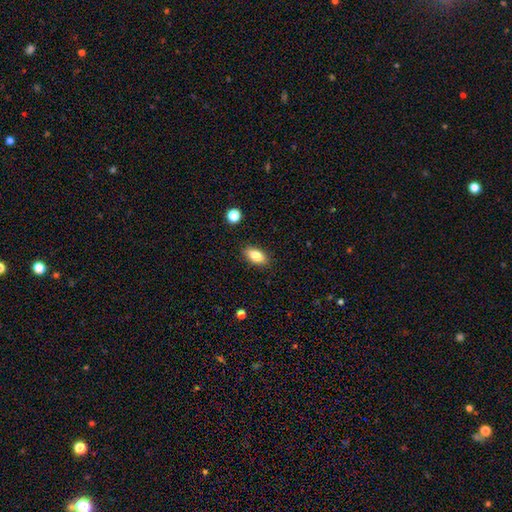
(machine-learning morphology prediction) A smooth galaxy with no disk features (82%) that is in between round and cigar-shaped (89%). Merging: none (88%).